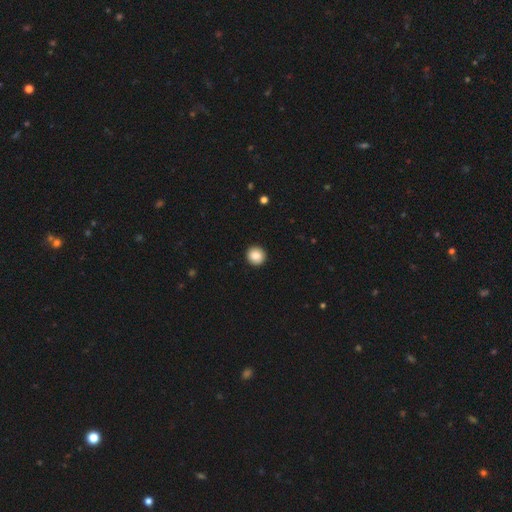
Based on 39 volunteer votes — Overall: smooth (90%). How rounded: round (100%). Merging: none (90%).